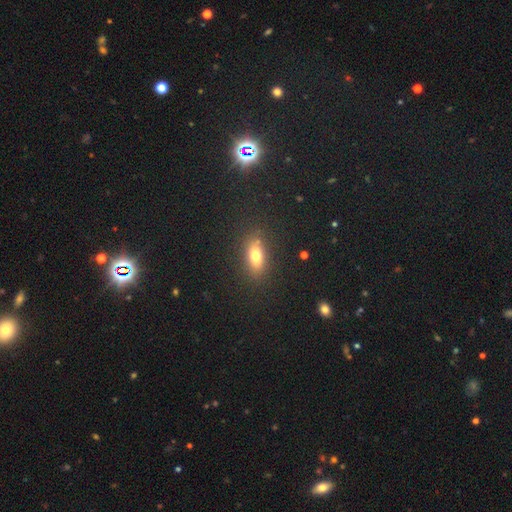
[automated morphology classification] The model was most divided on "smooth or featured": smooth: 72%, featured or disk: 16%, star or artifact: 12%. More confident: merging — none (83%); how rounded — in between (76%).